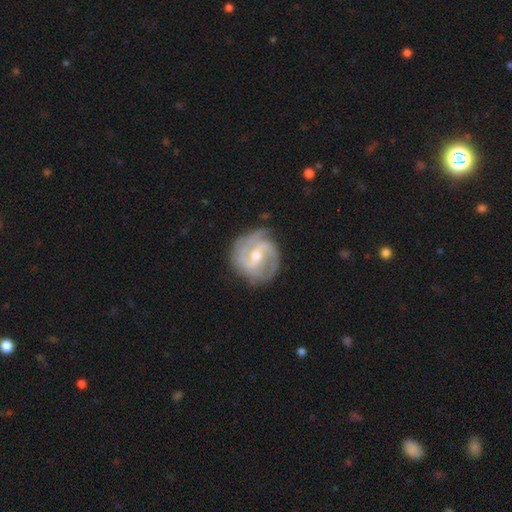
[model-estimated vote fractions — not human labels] Smooth or featured: featured or disk — 88% (smooth — 7%)
Edge-on disk: no — 98% (yes — 2%)
Bar: weak — 54% (strong — 26%)
Spiral arms: yes — 97% (no — 3%)
Spiral winding: medium — 45% (tight — 43%)
Spiral arm count: 2 — 55% (3 — 23%)
Bulge size: moderate — 59% (small — 37%)
Merging: none — 77% (minor disturbance — 16%)